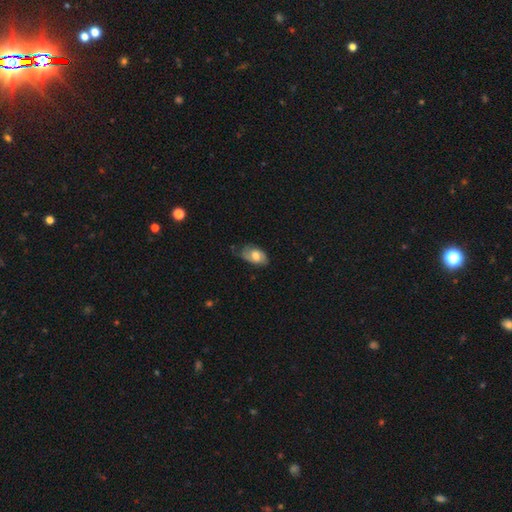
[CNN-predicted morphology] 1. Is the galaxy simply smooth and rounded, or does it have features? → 52% smooth, 41% featured or disk, 7% star or artifact.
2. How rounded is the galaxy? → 91% in between, 6% round, 3% cigar-shaped.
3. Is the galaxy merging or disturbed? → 54% none, 34% minor disturbance, 10% major disturbance, 2% merger.